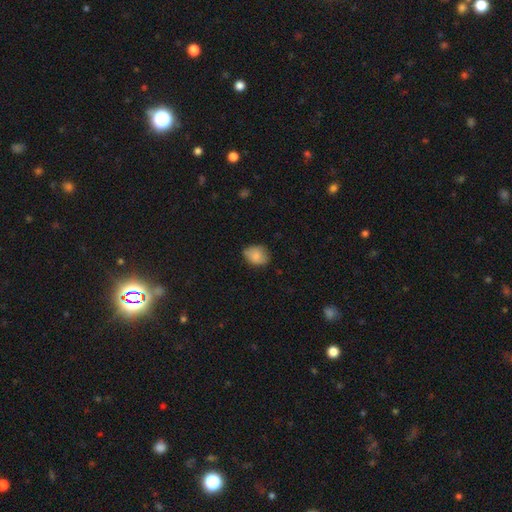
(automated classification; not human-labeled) Smooth or featured? smooth (84%)
How rounded? in between (56%)
Merging? none (64%)